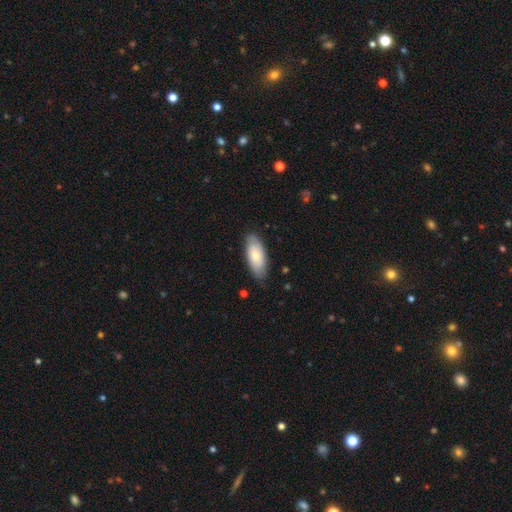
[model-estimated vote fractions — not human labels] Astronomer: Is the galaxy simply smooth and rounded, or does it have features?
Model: smooth — 68%.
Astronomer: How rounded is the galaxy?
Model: in between — 83%.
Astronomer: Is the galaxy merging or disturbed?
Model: none — 80%.